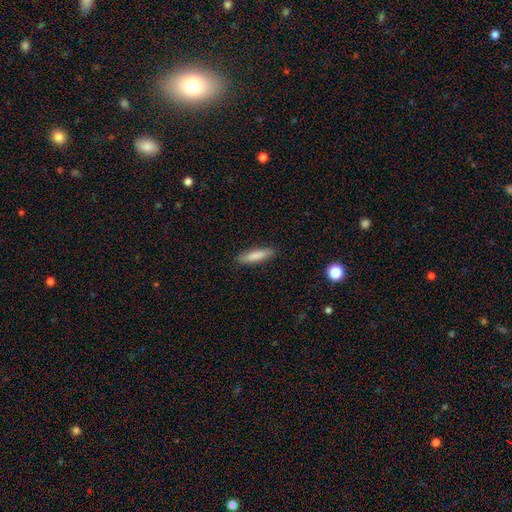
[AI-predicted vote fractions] A smooth galaxy with no disk features (84%) that is cigar-shaped (78%).

Vote fractions:
- Smooth or featured? smooth: 84% / featured or disk: 10% / star or artifact: 6%
- How rounded? cigar-shaped: 78% / in between: 21% / round: 1%
- Merging? none: 88% / minor disturbance: 9% / major disturbance: 2% / merger: 1%